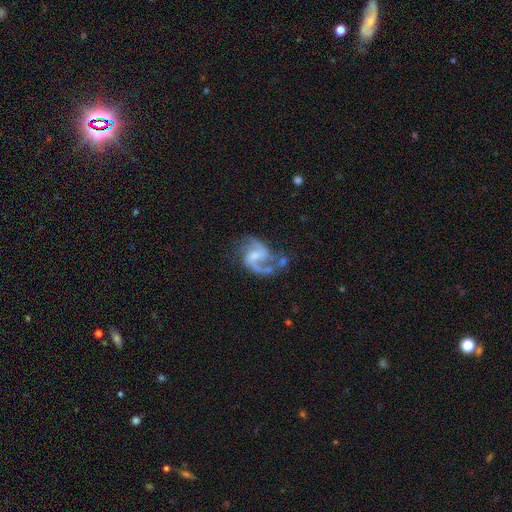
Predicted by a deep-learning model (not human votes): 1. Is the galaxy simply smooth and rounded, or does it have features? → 85% featured or disk, 9% smooth, 6% star or artifact.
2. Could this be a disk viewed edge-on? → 98% no, 2% yes.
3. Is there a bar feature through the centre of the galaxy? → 52% weak, 33% no, 15% strong.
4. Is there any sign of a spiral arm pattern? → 95% yes, 5% no.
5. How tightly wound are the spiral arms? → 47% medium, 43% loose, 10% tight.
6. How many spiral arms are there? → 76% 2, 12% 1, 5% can't tell, 4% 3, 1% 4, 1% more than 4.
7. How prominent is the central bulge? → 43% small, 36% moderate, 15% none, 4% large, 1% dominant.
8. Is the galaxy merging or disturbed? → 43% none, 26% major disturbance, 20% minor disturbance, 11% merger.